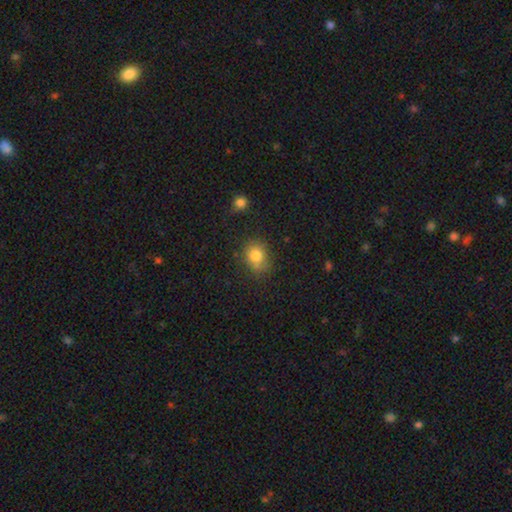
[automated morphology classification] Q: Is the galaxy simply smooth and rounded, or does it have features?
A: smooth — 80%.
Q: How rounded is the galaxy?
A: round — 61%.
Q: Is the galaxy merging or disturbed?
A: none — 66%.